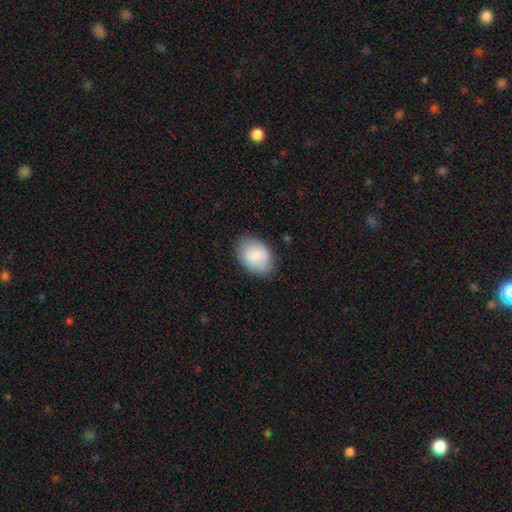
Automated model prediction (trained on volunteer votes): A smooth galaxy with no disk features (82%) that is in between round and cigar-shaped (83%). Merging: none (80%).